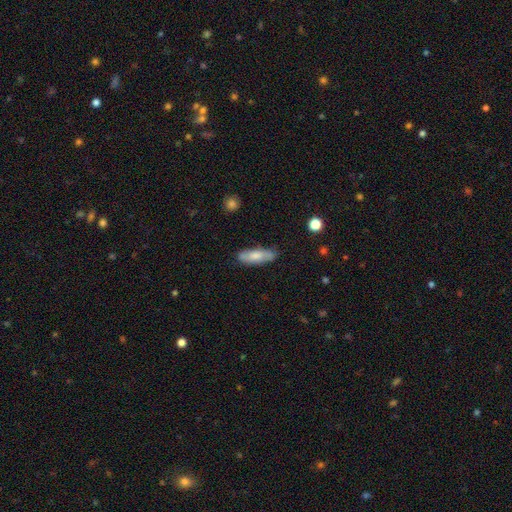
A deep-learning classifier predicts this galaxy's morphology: This appears to be a smooth galaxy with no disk features (72%) that is in between round and cigar-shaped (50%). Merging: none (77%).